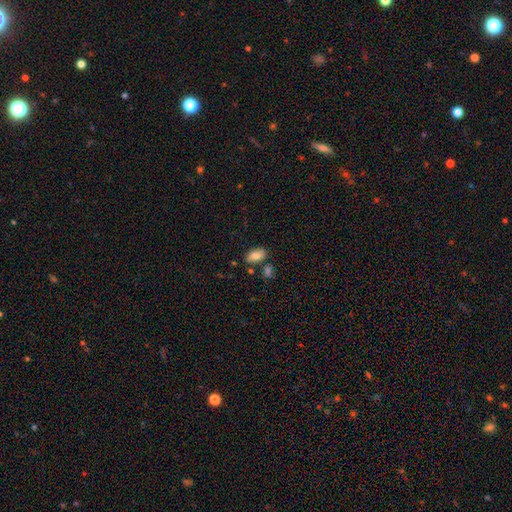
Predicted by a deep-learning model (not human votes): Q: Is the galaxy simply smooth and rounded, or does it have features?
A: smooth — 84%.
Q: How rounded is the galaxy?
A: in between — 93%.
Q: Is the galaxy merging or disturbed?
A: none — 75%.